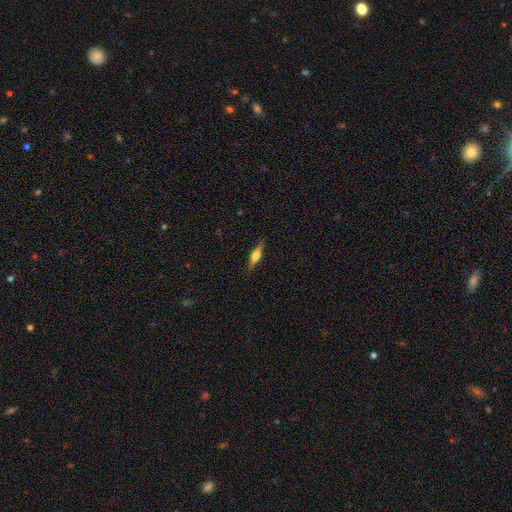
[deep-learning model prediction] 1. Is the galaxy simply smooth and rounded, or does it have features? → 56% featured or disk, 37% smooth, 7% star or artifact.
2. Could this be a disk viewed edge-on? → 95% yes, 5% no.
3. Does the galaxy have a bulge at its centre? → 88% rounded, 9% boxy, 3% none.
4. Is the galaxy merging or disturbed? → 87% none, 10% minor disturbance, 2% major disturbance, 1% merger.